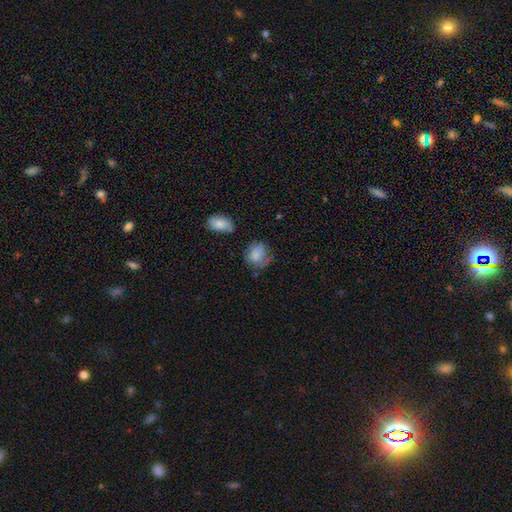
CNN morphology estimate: smooth-or-featured: smooth: 79% | featured or disk: 13% | star or artifact: 8%
  how-rounded: round: 71% | in between: 28% | cigar-shaped: 1%
  merging: none: 59% | minor disturbance: 27% | major disturbance: 10% | merger: 4%